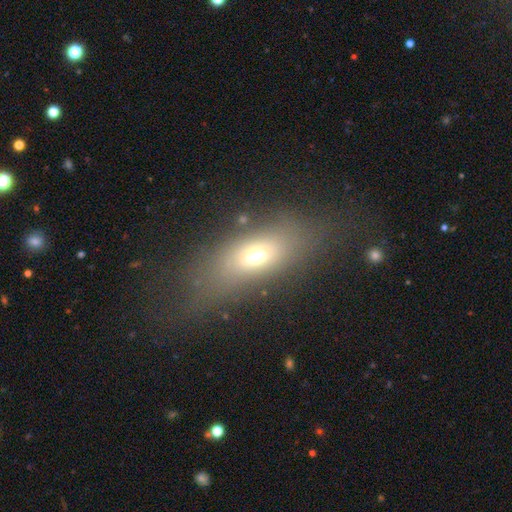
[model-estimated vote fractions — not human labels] Morphology: type=smooth (62%); roundness=in between (72%); merging=none (64%).